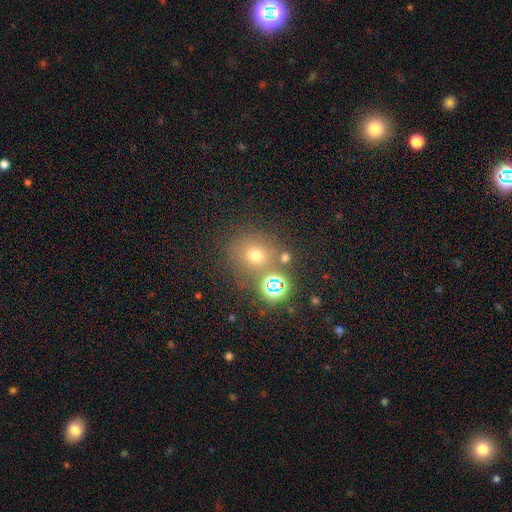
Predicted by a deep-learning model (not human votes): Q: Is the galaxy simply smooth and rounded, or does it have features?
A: smooth — 62%.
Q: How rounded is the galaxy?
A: round — 84%.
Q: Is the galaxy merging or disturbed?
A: none — 69%.